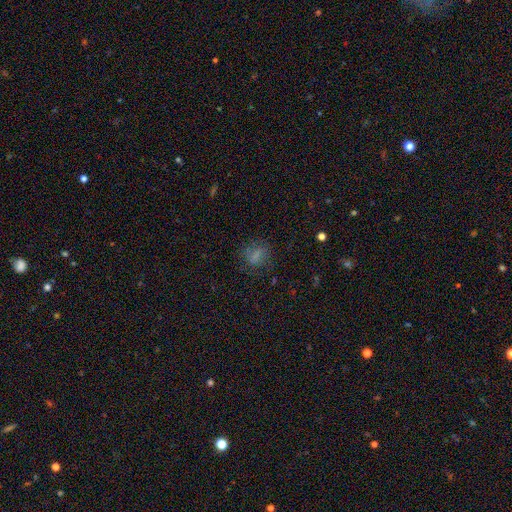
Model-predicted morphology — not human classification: Smooth or featured? Predicted: smooth (p=0.73). How rounded? Predicted: round (p=0.53). Merging? Predicted: none (p=0.71).